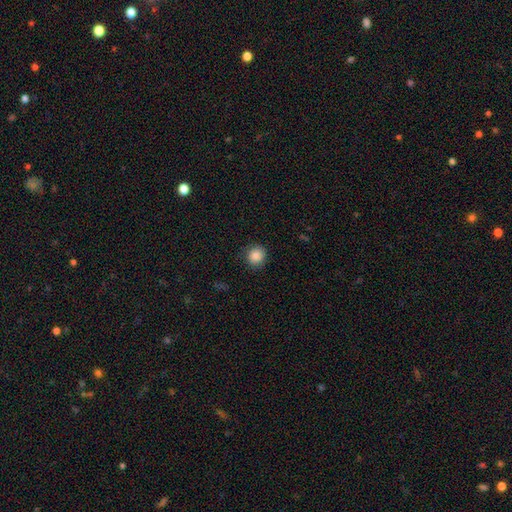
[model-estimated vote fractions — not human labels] smooth_or_featured: smooth (p=0.87) [alt: star or artifact p=0.09]
how_rounded: round (p=0.86) [alt: in between p=0.13]
merging: none (p=0.83) [alt: minor disturbance p=0.12]